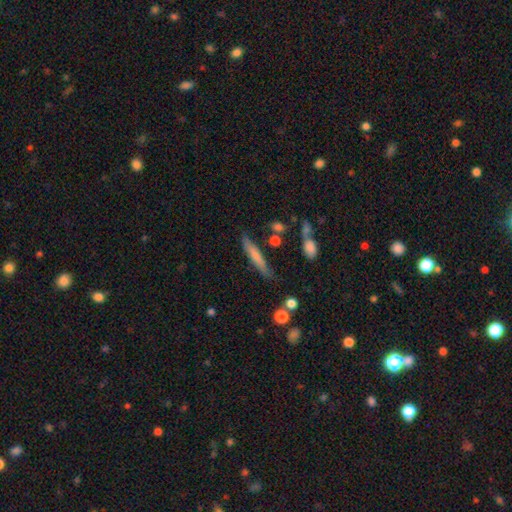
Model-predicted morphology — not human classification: A smooth galaxy with no disk features (67%) that is cigar-shaped (89%). Merging: none (76%).